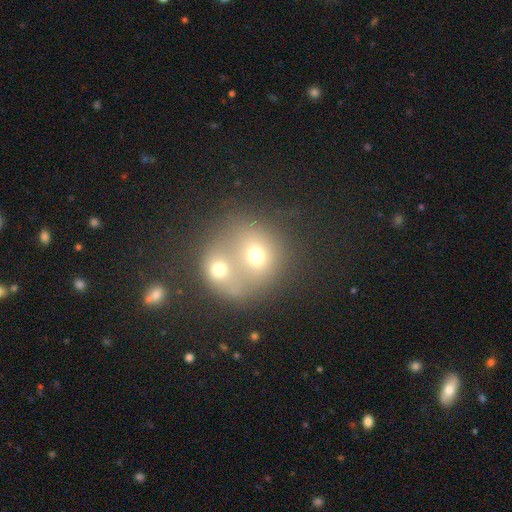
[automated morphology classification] Q: Smooth or featured?
A: smooth (63%); runner-up: featured or disk (22%)
Q: How rounded?
A: round (74%); runner-up: in between (25%)
Q: Merging?
A: merger (70%); runner-up: none (19%)